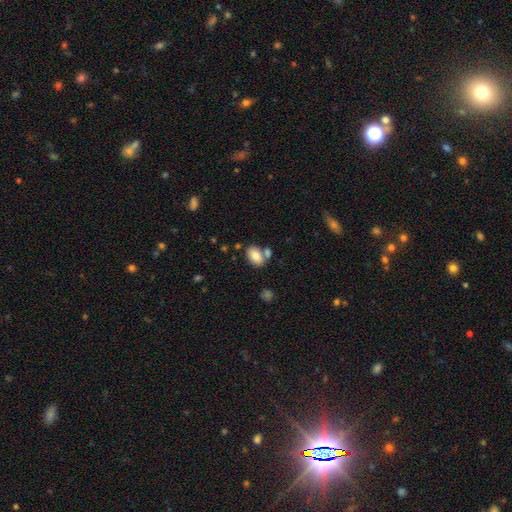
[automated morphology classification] Q: Smooth or featured?
A: smooth (82%); runner-up: featured or disk (11%)
Q: How rounded?
A: in between (88%); runner-up: round (11%)
Q: Merging?
A: none (62%); runner-up: merger (22%)